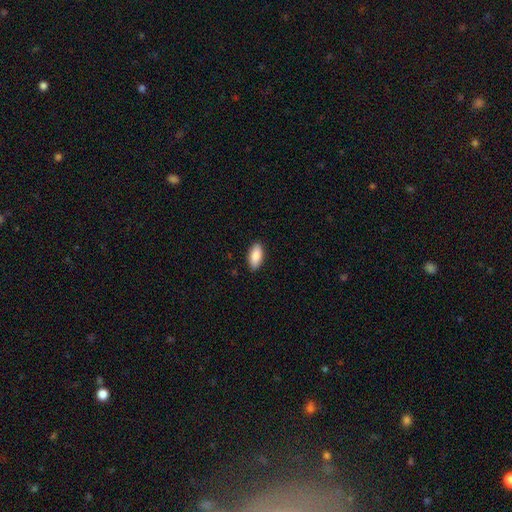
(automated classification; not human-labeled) Overall: smooth (89%). How rounded: in between (90%). Merging: none (89%).